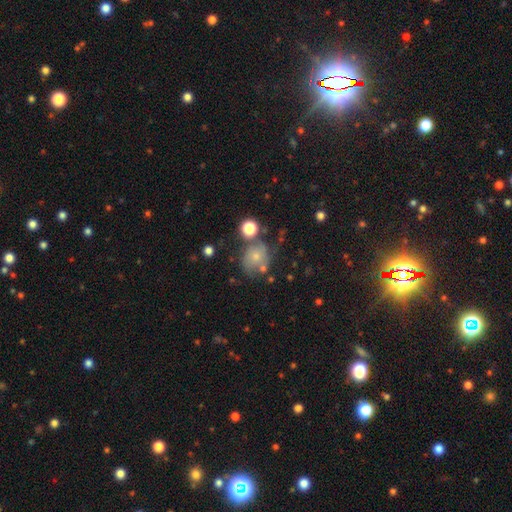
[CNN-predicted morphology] type=smooth (60%); roundness=round (74%); merging=none (49%).